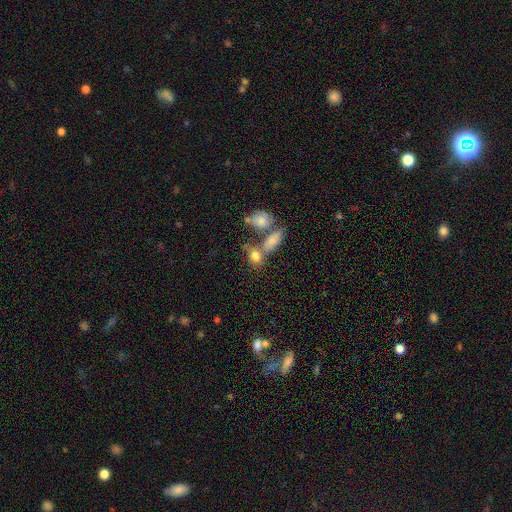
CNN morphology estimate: Smooth or featured? Predicted: smooth (p=0.77). How rounded? Predicted: in between (p=0.62). Merging? Predicted: none (p=0.43).